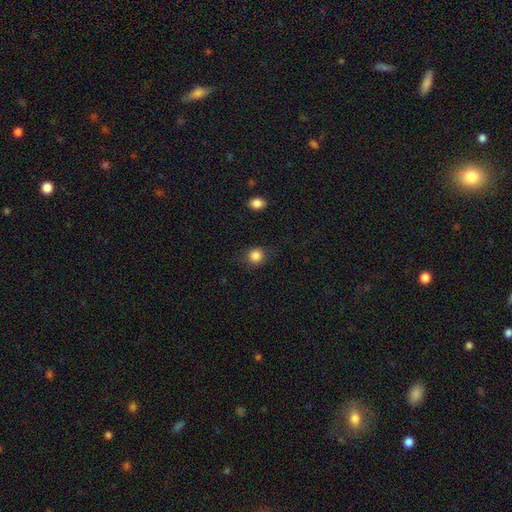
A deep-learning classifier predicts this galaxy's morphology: This appears to be a smooth galaxy with no disk features (85%) that is round (83%). Merging: none (81%).